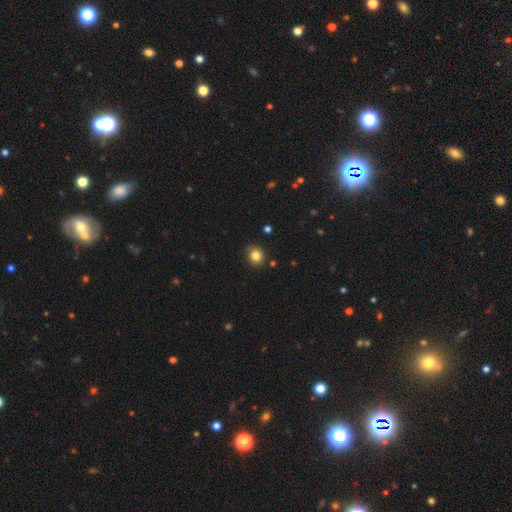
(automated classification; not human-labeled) Smooth or featured?
  - smooth: 82% *
  - star or artifact: 12%
  - featured or disk: 6%
How rounded?
  - round: 81% *
  - in between: 18%
  - cigar-shaped: 1%
Merging?
  - none: 86% *
  - minor disturbance: 10%
  - merger: 2%
  - major disturbance: 2%